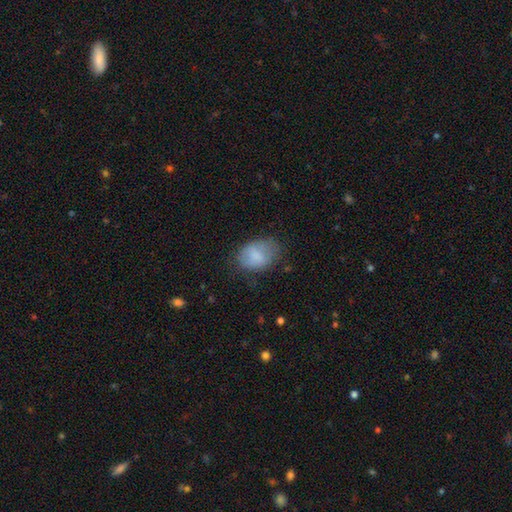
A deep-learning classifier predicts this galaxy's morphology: smooth 78%, featured or disk 14%, star or artifact 8%. Down the decision tree: how rounded — in between (78%); merging — none (61%).